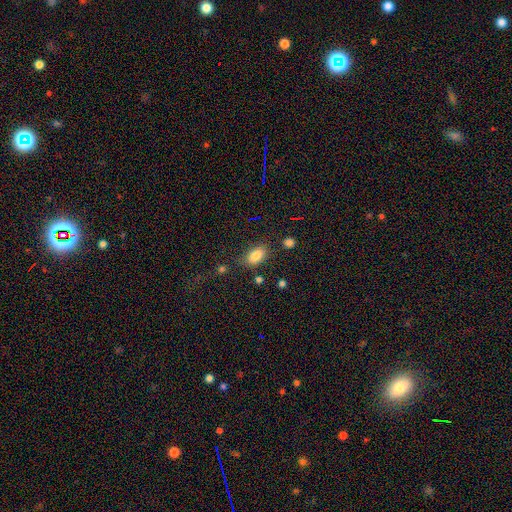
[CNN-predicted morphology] type=smooth (84%); roundness=in between (90%); merging=none (75%).